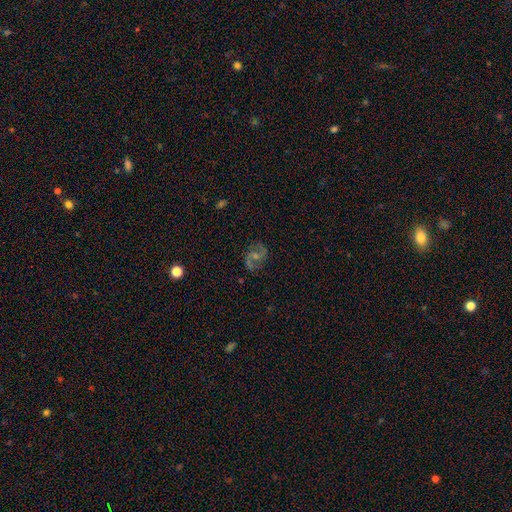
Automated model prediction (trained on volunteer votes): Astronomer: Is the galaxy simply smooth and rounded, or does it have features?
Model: featured or disk — 79%.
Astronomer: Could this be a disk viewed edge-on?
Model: no — 98%.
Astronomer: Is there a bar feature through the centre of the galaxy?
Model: weak — 46% (runner-up: no, 40%).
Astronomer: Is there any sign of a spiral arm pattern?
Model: yes — 95%.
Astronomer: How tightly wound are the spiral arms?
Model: medium — 54% (runner-up: loose, 30%).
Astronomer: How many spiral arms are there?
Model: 2 — 90%.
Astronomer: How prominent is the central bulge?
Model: small — 48% (runner-up: moderate, 42%).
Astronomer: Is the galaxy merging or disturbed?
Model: none — 81%.